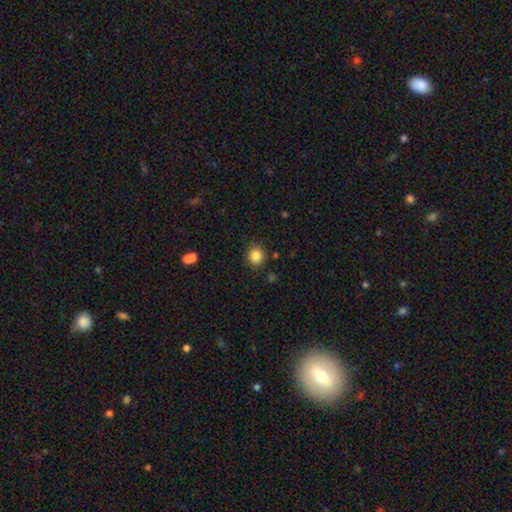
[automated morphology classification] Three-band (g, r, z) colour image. It shows a smooth galaxy with no disk features (85%) that is round (81%). Merging: none (86%).